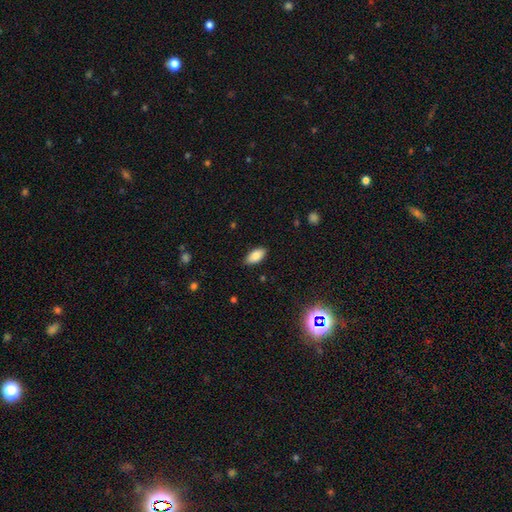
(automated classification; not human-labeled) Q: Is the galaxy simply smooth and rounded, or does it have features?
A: smooth — 85%.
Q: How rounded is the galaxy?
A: in between — 93%.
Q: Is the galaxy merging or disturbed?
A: none — 87%.